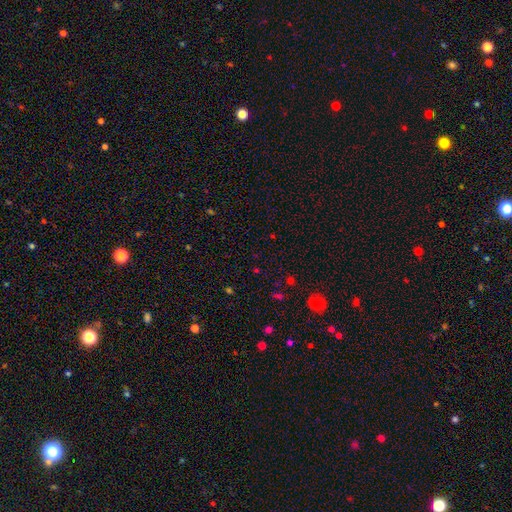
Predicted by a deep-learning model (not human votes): Smooth or featured?
  - star or artifact: 55% *
  - smooth: 37%
  - featured or disk: 7%